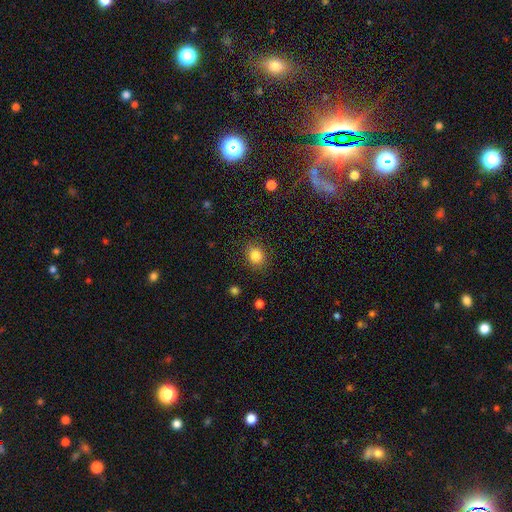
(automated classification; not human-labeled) smooth_or_featured: smooth (p=0.84) [alt: star or artifact p=0.11]
how_rounded: round (p=0.71) [alt: in between p=0.28]
merging: none (p=0.86) [alt: minor disturbance p=0.09]